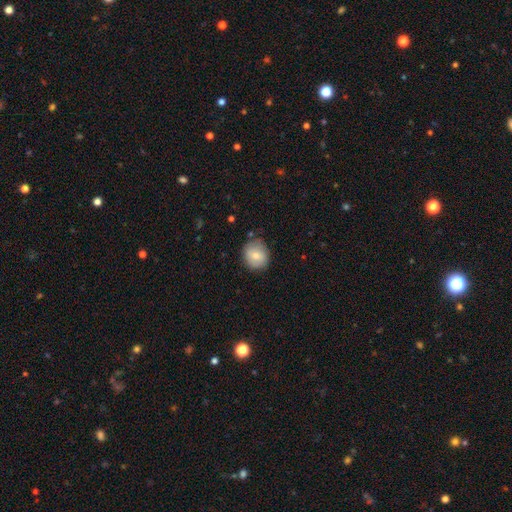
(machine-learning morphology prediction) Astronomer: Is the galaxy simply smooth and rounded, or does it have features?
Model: smooth — 76%.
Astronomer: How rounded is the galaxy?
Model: round — 74%.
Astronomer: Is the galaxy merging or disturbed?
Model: none — 77%.